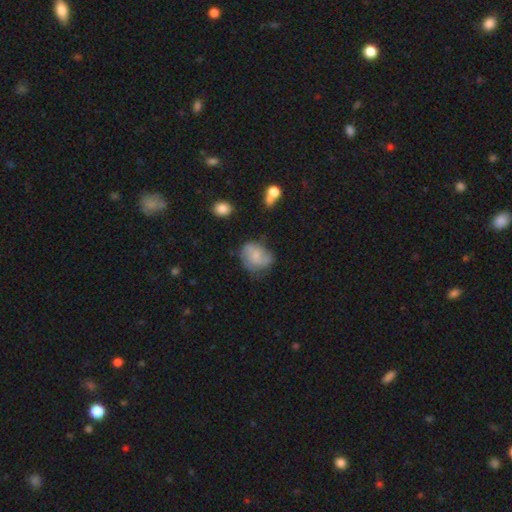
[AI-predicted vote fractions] The model was most divided on "how rounded": round: 56%, in between: 43%, cigar-shaped: 1%. More confident: smooth or featured — smooth (55%); merging — none (52%).